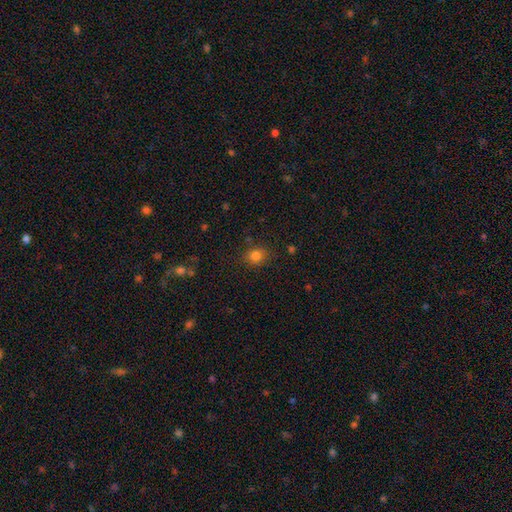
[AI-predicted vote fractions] Smooth or featured? Predicted: smooth (p=0.80). How rounded? Predicted: round (p=0.68). Merging? Predicted: none (p=0.84).